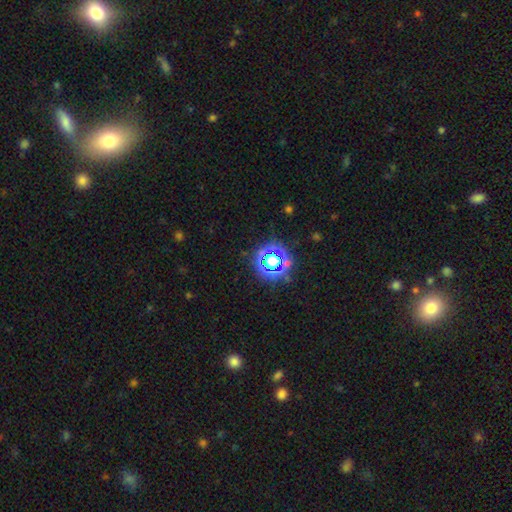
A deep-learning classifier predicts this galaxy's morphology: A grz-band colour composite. It shows a star or artifact, not a galaxy (73%).